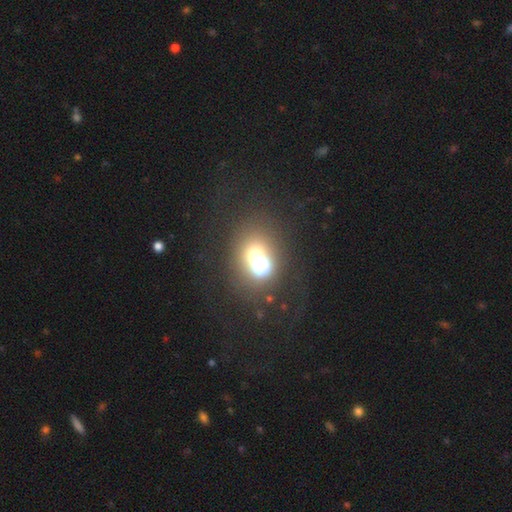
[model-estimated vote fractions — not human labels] Q: Smooth or featured?
A: smooth (49%); runner-up: star or artifact (38%)
Q: Merging?
A: none (57%); runner-up: merger (26%)